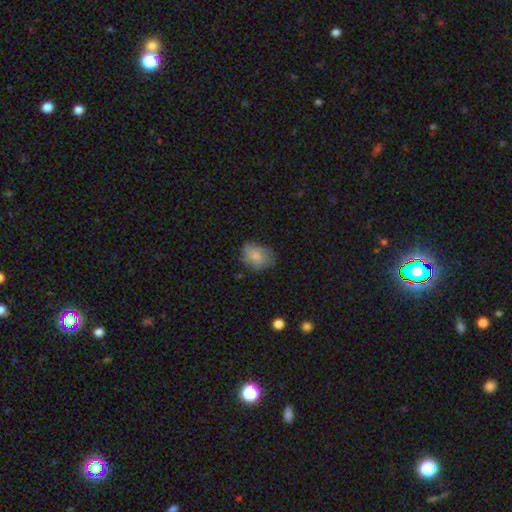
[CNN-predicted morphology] A smooth galaxy with no disk features (75%) that is in between round and cigar-shaped (64%).

Vote fractions:
- Smooth or featured? smooth: 75% / featured or disk: 17% / star or artifact: 8%
- How rounded? in between: 64% / round: 35% / cigar-shaped: 1%
- Merging? none: 61% / minor disturbance: 28% / major disturbance: 9% / merger: 2%